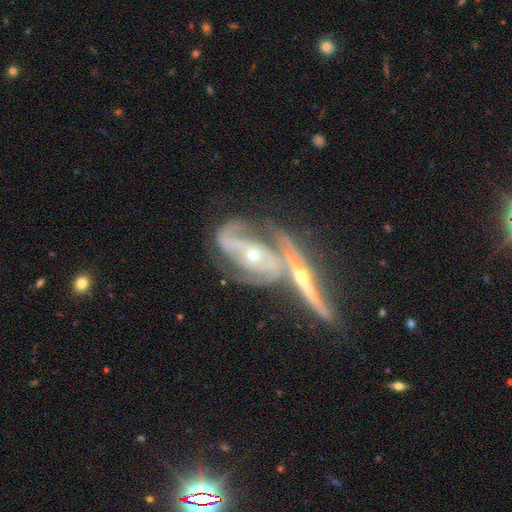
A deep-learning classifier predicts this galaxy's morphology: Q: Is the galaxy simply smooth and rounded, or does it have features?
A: featured or disk — 88%.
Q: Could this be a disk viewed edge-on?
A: no — 80%.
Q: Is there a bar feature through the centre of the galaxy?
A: no — 46%.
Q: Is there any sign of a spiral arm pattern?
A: yes — 93%.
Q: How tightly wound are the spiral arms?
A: tight — 50%.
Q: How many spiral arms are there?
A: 2 — 65%.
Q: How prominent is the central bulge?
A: small — 59%.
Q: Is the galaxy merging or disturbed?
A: merger — 47%.